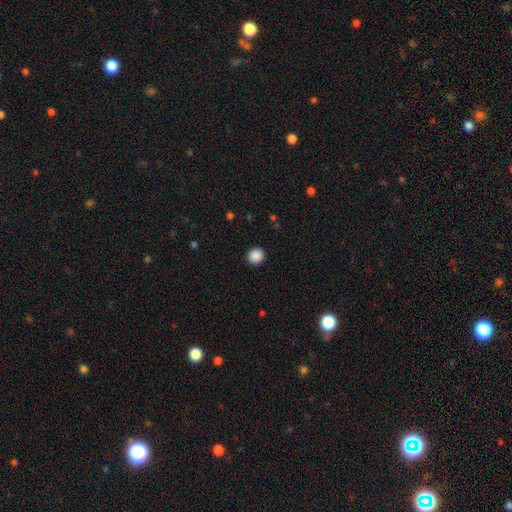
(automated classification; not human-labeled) This appears to be a smooth galaxy with no disk features (89%) that is round (92%). Merging: none (92%).